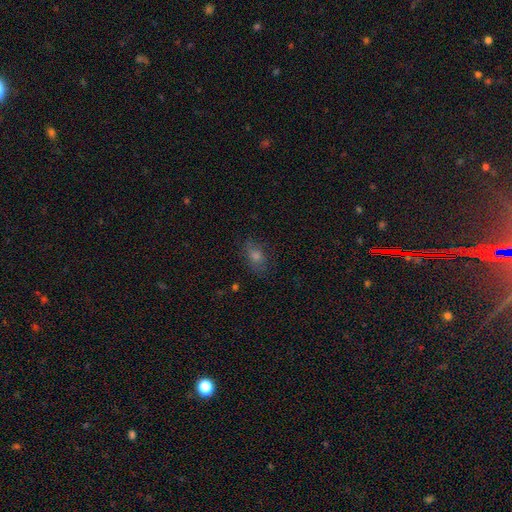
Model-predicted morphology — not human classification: type=smooth (57%); roundness=in between (71%); merging=none (77%).